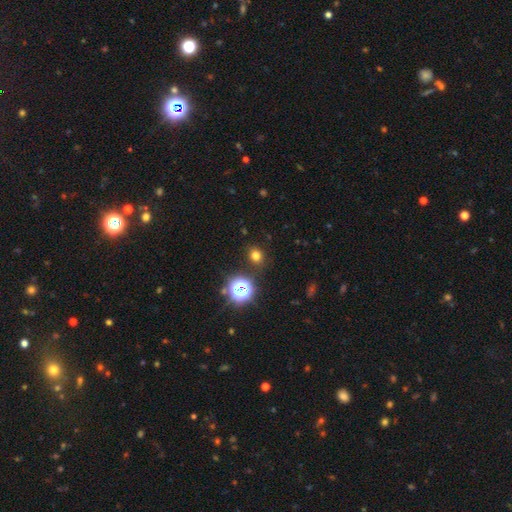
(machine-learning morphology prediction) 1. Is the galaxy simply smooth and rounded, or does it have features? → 72% smooth, 22% star or artifact, 6% featured or disk.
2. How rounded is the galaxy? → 72% round, 27% in between, 1% cigar-shaped.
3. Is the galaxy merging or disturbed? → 87% none, 8% minor disturbance, 3% major disturbance, 2% merger.